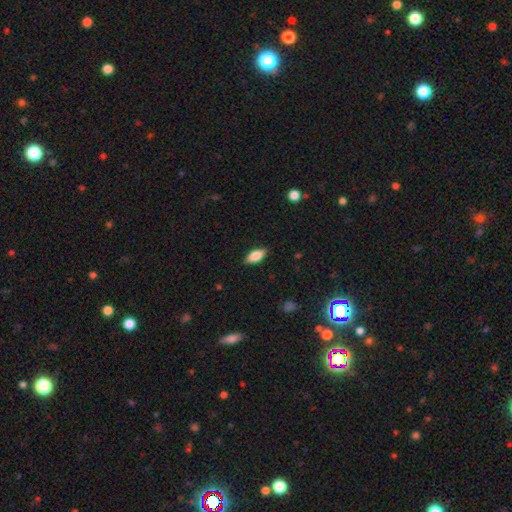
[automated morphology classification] smooth_or_featured: smooth (p=0.76) [alt: featured or disk p=0.17]
how_rounded: in between (p=0.83) [alt: cigar-shaped p=0.14]
merging: none (p=0.86) [alt: minor disturbance p=0.11]